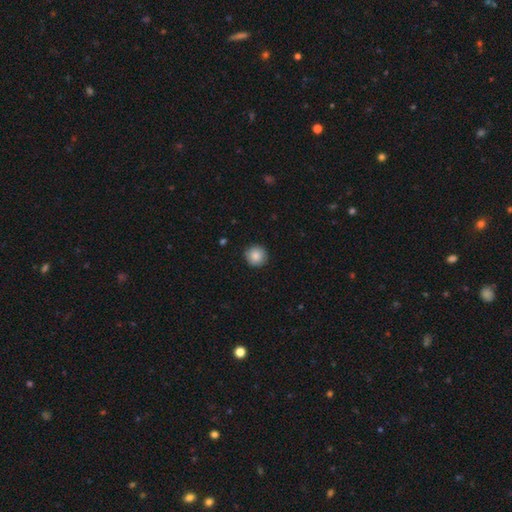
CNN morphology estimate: Smooth or featured? Predicted: smooth (p=0.86). How rounded? Predicted: round (p=0.96). Merging? Predicted: none (p=0.90).